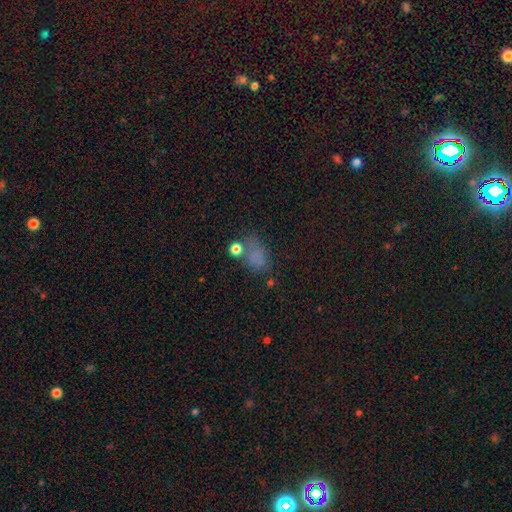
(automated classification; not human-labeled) Smooth or featured? Predicted: smooth (p=0.63). How rounded? Predicted: in between (p=0.71). Merging? Predicted: none (p=0.45).